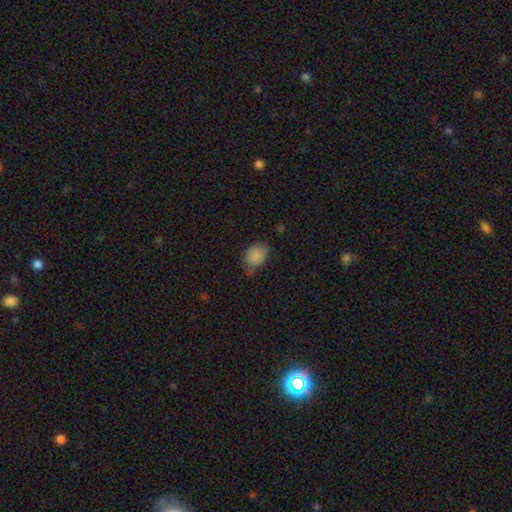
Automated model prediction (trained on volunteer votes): Smooth or featured: smooth — 83% (star or artifact — 9%)
How rounded: in between — 65% (round — 34%)
Merging: none — 51% (minor disturbance — 39%)